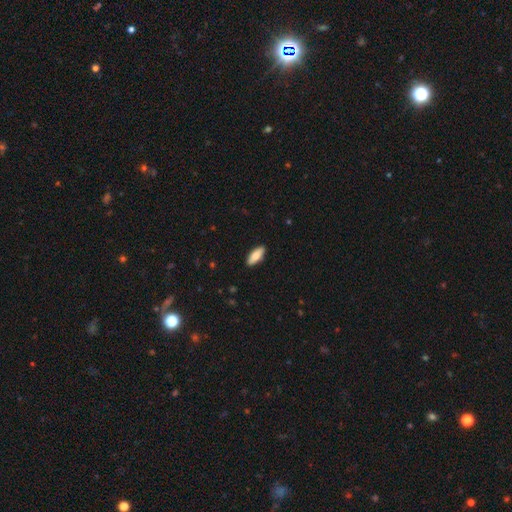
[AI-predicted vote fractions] Q: Smooth or featured?
A: smooth (81%); runner-up: featured or disk (13%)
Q: How rounded?
A: in between (74%); runner-up: cigar-shaped (24%)
Q: Merging?
A: none (89%); runner-up: minor disturbance (8%)